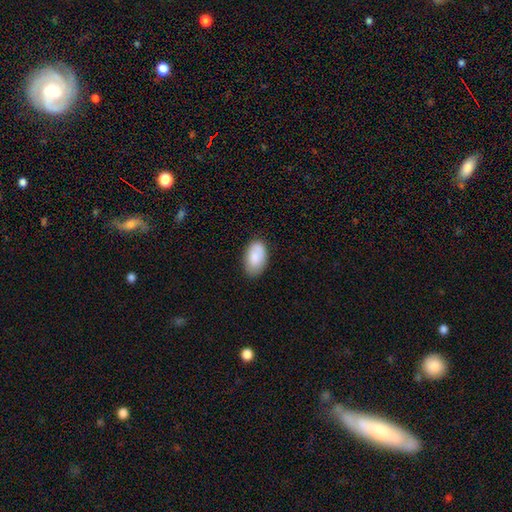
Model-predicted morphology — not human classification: Smooth or featured: smooth — 84% (featured or disk — 9%)
How rounded: in between — 94% (round — 4%)
Merging: none — 78% (minor disturbance — 17%)